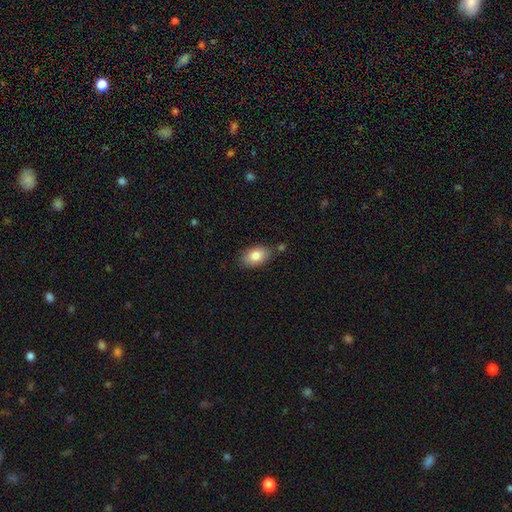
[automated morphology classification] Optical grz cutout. It shows a smooth galaxy with no disk features (83%) that is in between round and cigar-shaped (91%). Merging: none (78%).